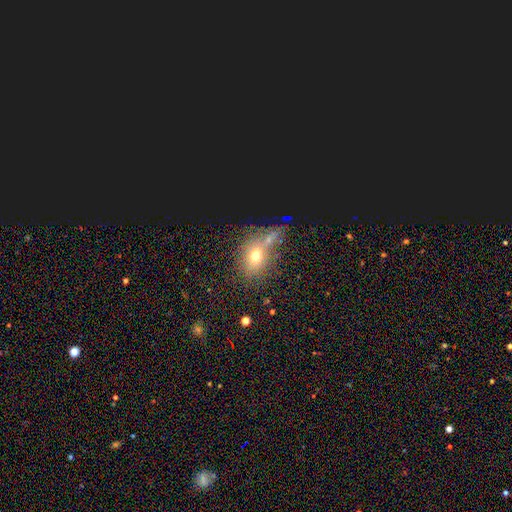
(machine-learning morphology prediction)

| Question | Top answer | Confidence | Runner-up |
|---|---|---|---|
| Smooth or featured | smooth | 64% | star or artifact (19%) |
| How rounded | in between | 52% | round (45%) |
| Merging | none | 55% | merger (24%) |